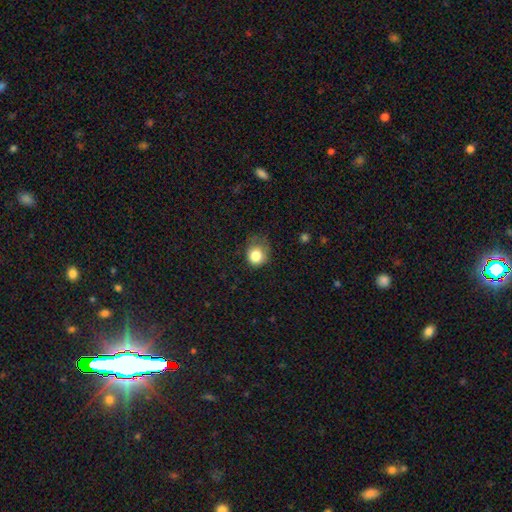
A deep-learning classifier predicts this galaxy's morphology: type=smooth (82%); roundness=round (73%); merging=none (43%).